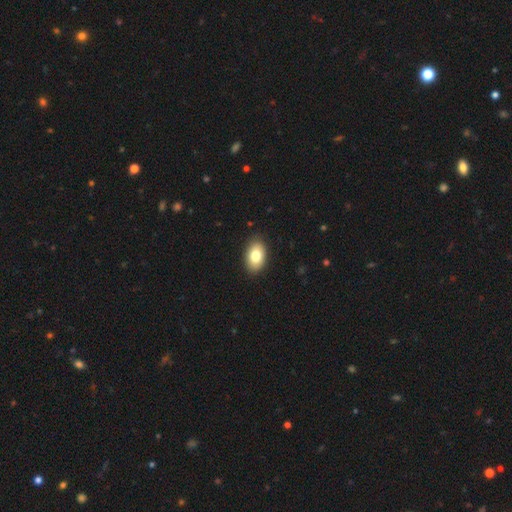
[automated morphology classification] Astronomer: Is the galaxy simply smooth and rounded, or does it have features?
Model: smooth — 84%.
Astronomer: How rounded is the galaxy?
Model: in between — 91%.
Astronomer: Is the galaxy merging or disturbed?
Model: none — 89%.